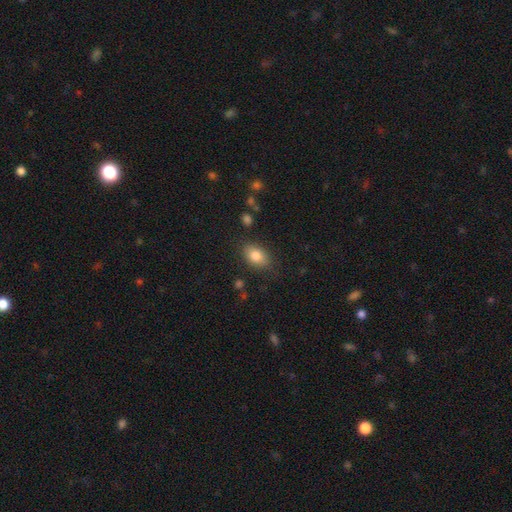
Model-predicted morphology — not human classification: Smooth or featured? Predicted: smooth (p=0.83). How rounded? Predicted: in between (p=0.85). Merging? Predicted: none (p=0.80).